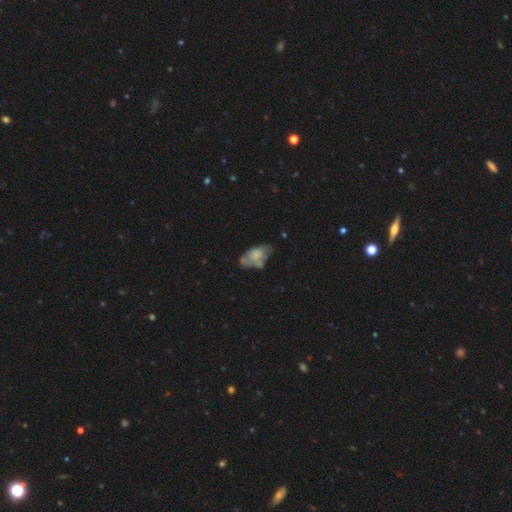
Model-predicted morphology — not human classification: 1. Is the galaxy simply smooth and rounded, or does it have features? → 52% smooth, 40% featured or disk, 8% star or artifact.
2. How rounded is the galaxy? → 91% in between, 5% round, 4% cigar-shaped.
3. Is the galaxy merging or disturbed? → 40% none, 32% minor disturbance, 19% major disturbance, 10% merger.